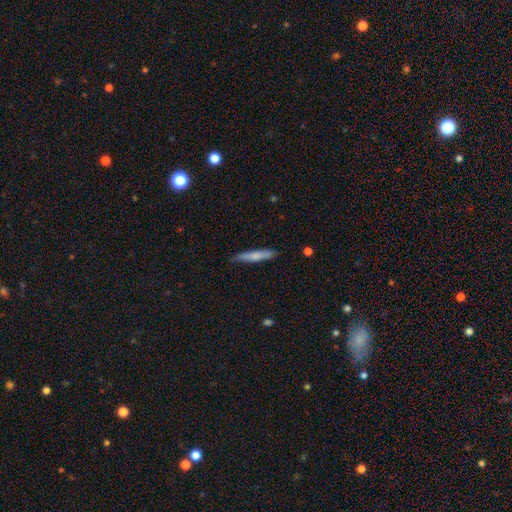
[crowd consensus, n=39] This is likely a smooth galaxy (69%). How rounded: clearly cigar-shaped (96%). Merging: clearly none (92%).